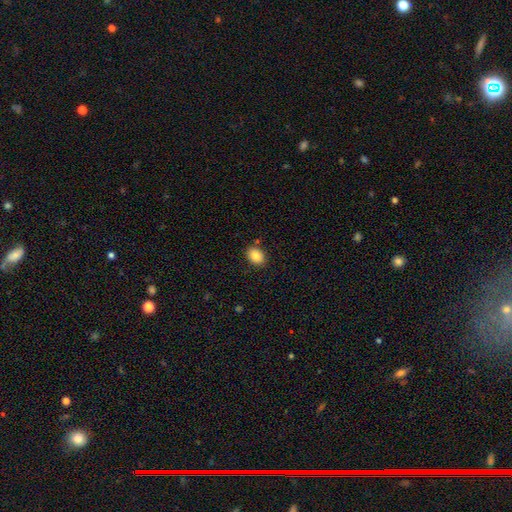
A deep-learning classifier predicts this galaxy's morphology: A smooth galaxy with no disk features (85%) that is in between round and cigar-shaped (67%). Merging: none (85%).